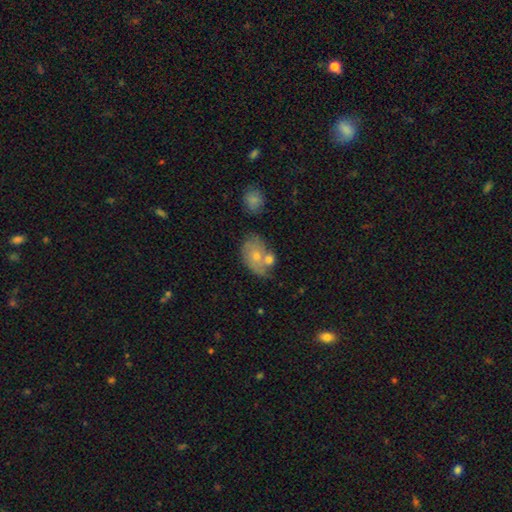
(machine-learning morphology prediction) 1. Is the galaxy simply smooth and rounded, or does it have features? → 54% smooth, 37% featured or disk, 9% star or artifact.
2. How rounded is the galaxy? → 77% in between, 22% round, 2% cigar-shaped.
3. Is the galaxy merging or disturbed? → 41% none, 33% merger, 19% minor disturbance, 7% major disturbance.